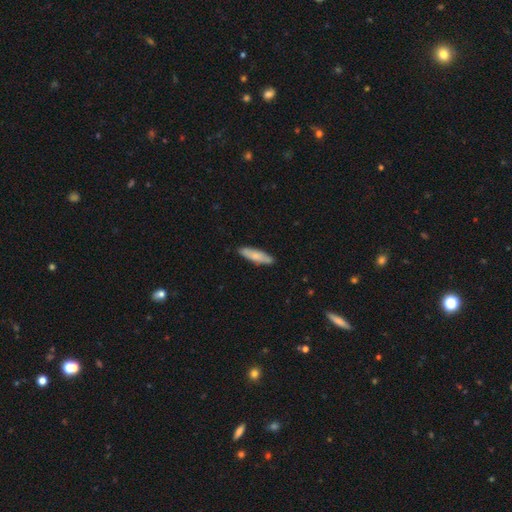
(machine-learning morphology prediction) smooth-or-featured: smooth: 78% | featured or disk: 17% | star or artifact: 5%
  how-rounded: cigar-shaped: 70% | in between: 28% | round: 2%
  merging: none: 87% | minor disturbance: 10% | major disturbance: 2% | merger: 1%